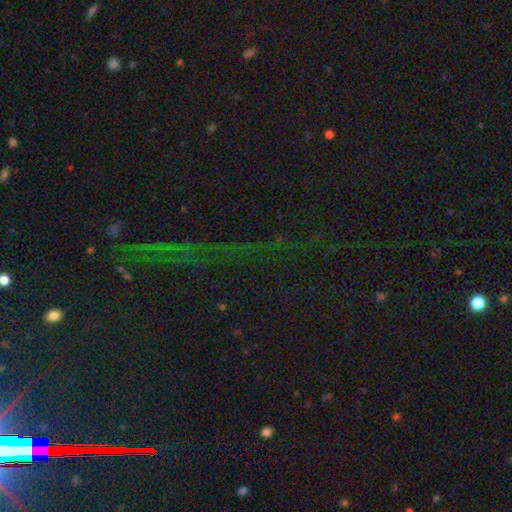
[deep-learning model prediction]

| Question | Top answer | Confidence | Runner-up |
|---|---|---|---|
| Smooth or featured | star or artifact | 82% | smooth (9%) |